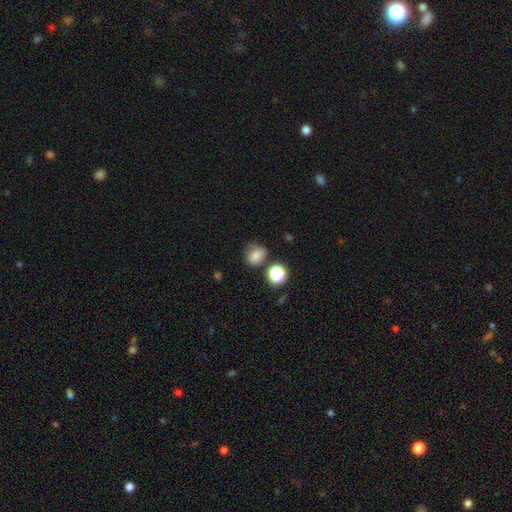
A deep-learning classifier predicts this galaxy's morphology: smooth 77%, star or artifact 15%, featured or disk 8%. Down the decision tree: how rounded — round (78%); merging — none (64%).